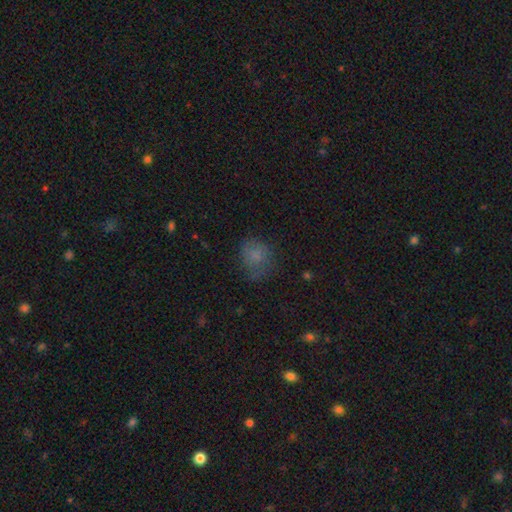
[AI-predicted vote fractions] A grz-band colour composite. It shows a smooth galaxy with no disk features (73%) that is round (62%). Merging: none (57%).